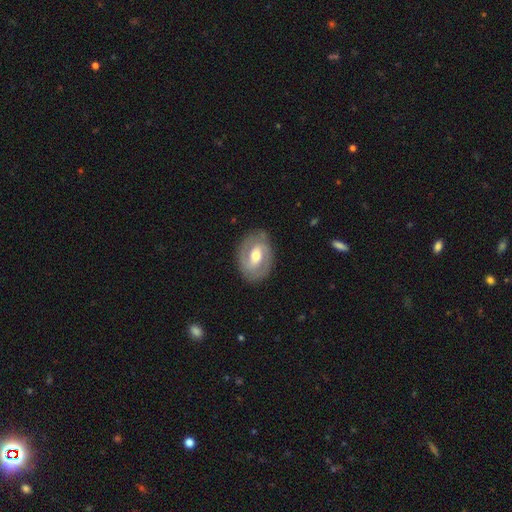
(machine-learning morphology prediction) Smooth or featured?
  - featured or disk: 76% *
  - smooth: 19%
  - star or artifact: 5%
Edge-on disk?
  - no: 96% *
  - yes: 4%
Bar?
  - weak: 48% *
  - strong: 27%
  - no: 25%
Spiral arms?
  - yes: 84% *
  - no: 16%
Spiral winding?
  - medium: 45% *
  - tight: 41%
  - loose: 14%
Spiral arm count?
  - 2: 85% *
  - can't tell: 8%
  - 1: 3%
  - 3: 2%
  - 4: 1%
  - more than 4: 1%
Bulge size?
  - moderate: 71% *
  - small: 16%
  - large: 10%
  - none: 1%
  - dominant: 1%
Merging?
  - none: 82% *
  - minor disturbance: 12%
  - major disturbance: 4%
  - merger: 1%